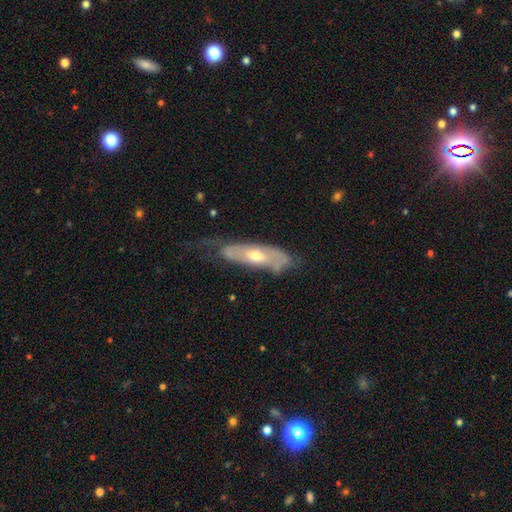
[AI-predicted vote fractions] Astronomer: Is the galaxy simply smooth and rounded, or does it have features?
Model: featured or disk — 56% (runner-up: smooth, 38%).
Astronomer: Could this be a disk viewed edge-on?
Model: no — 69%.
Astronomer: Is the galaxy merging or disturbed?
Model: none — 42% (runner-up: minor disturbance, 32%).